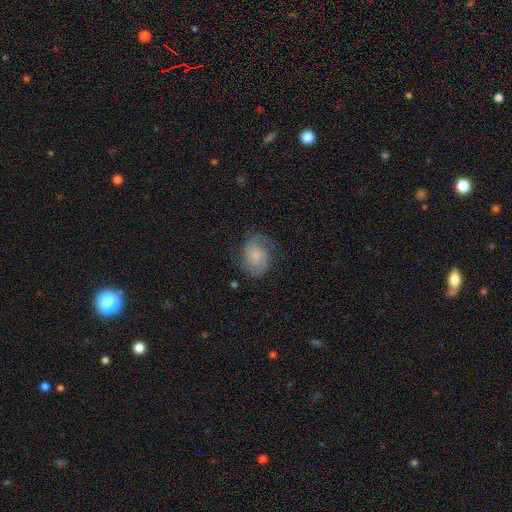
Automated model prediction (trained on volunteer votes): Morphology: type=featured or disk (61%); edge-on=no (97%); bar=no (75%); spiral arms=yes (92%); winding=medium (42%); arm count=2 (78%); bulge=small (62%); merging=none (67%).